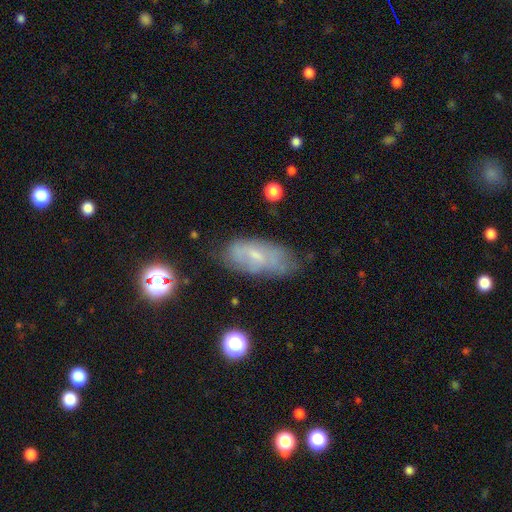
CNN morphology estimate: This appears to be a smooth galaxy with no disk features (45%). Merging: none (59%).